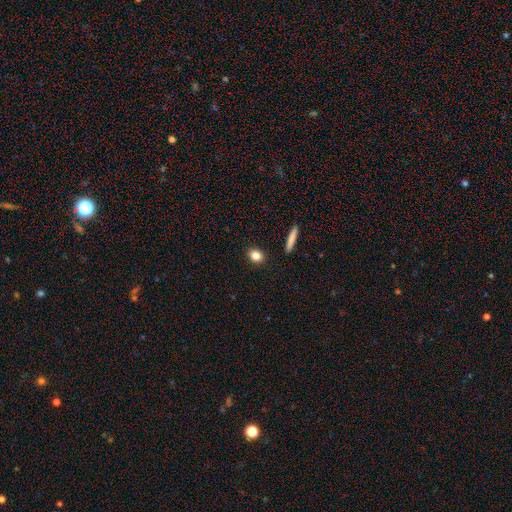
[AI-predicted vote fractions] Smooth or featured? Predicted: smooth (p=0.83). How rounded? Predicted: in between (p=0.57). Merging? Predicted: none (p=0.90).